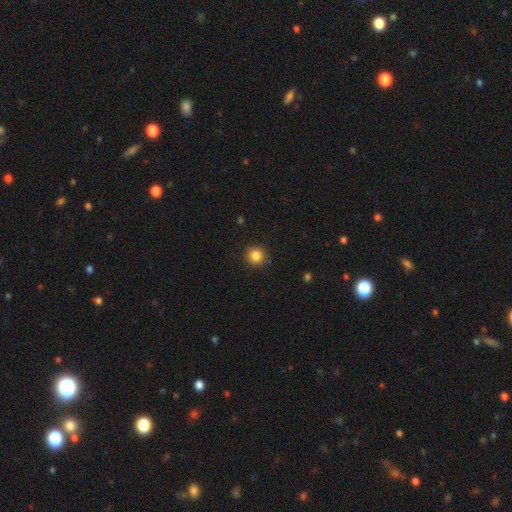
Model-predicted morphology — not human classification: A smooth galaxy with no disk features (85%) that is round (94%).

Vote fractions:
- Smooth or featured? smooth: 85% / star or artifact: 11% / featured or disk: 4%
- How rounded? round: 94% / in between: 5% / cigar-shaped: 1%
- Merging? none: 91% / minor disturbance: 6% / major disturbance: 2% / merger: 1%